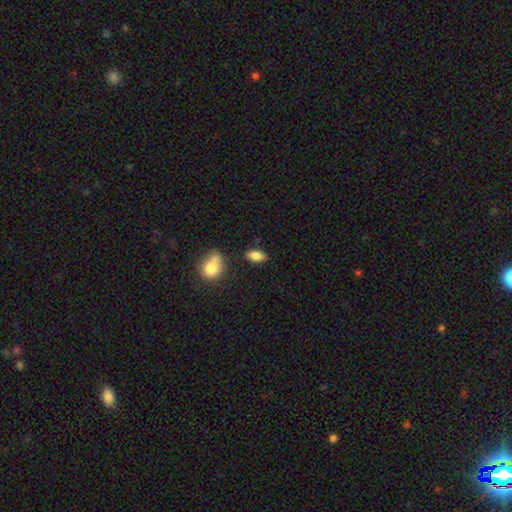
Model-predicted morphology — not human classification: This is clearly a smooth galaxy (83%). How rounded: clearly in between (89%). Merging: likely none (79%).